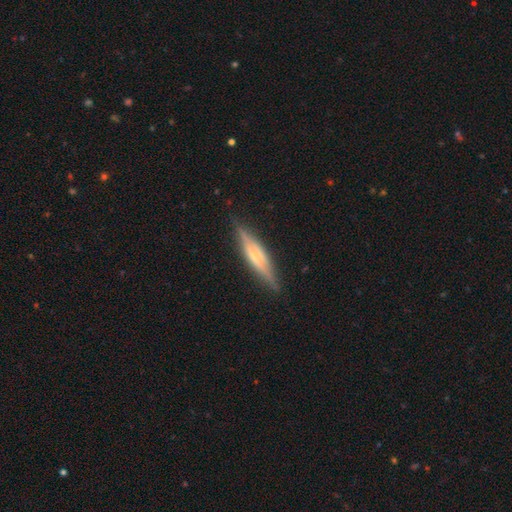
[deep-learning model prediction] featured or disk 67%, smooth 27%, star or artifact 6%. Down the decision tree: edge-on disk — yes (95%); edge-on bulge — rounded (59%); merging — none (86%).